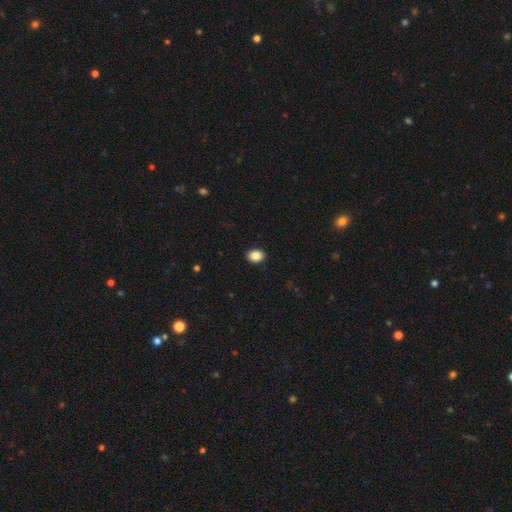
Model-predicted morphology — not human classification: A smooth galaxy with no disk features (88%) that is in between round and cigar-shaped (62%).

Vote fractions:
- Smooth or featured? smooth: 88% / star or artifact: 9% / featured or disk: 4%
- How rounded? in between: 62% / round: 37% / cigar-shaped: 1%
- Merging? none: 91% / minor disturbance: 6% / major disturbance: 2% / merger: 1%